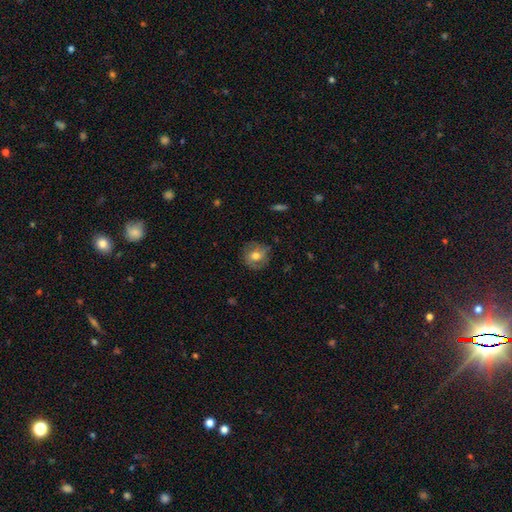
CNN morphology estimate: type=smooth (64%); roundness=round (86%); merging=none (80%).